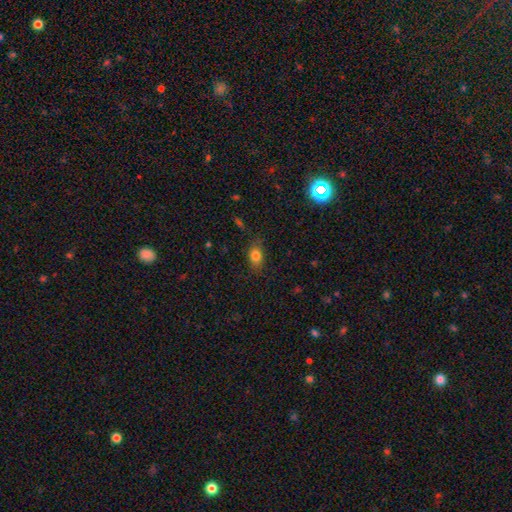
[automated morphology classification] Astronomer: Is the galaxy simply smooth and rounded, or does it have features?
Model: smooth — 81%.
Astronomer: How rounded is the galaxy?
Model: in between — 73%.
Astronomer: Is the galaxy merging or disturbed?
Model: none — 78%.